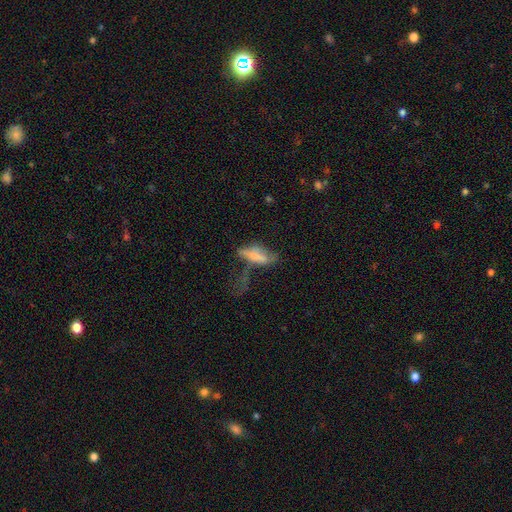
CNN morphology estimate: smooth-or-featured: smooth: 62% | featured or disk: 27% | star or artifact: 11%
  how-rounded: in between: 61% | cigar-shaped: 36% | round: 3%
  merging: major disturbance: 39% | none: 26% | minor disturbance: 22% | merger: 13%